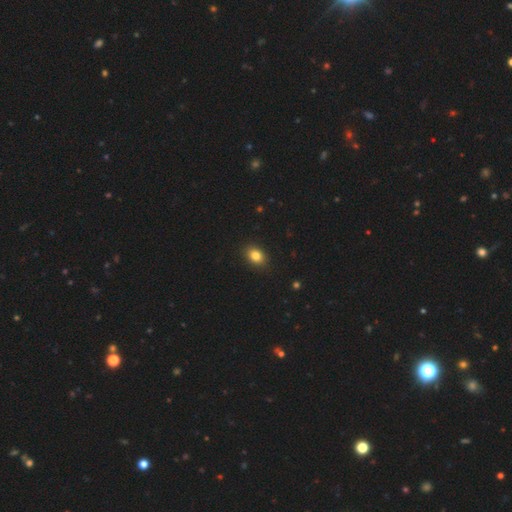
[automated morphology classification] A smooth galaxy with no disk features (83%) that is in between round and cigar-shaped (69%).

Vote fractions:
- Smooth or featured? smooth: 83% / star or artifact: 10% / featured or disk: 6%
- How rounded? in between: 69% / round: 30% / cigar-shaped: 1%
- Merging? none: 90% / minor disturbance: 7% / major disturbance: 2% / merger: 1%